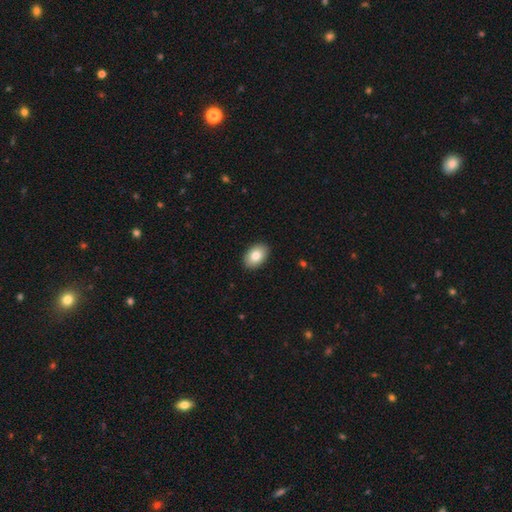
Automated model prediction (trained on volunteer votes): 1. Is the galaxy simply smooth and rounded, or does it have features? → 83% smooth, 10% featured or disk, 7% star or artifact.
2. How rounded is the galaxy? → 89% in between, 10% round, 1% cigar-shaped.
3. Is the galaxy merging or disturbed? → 90% none, 7% minor disturbance, 2% major disturbance, 1% merger.